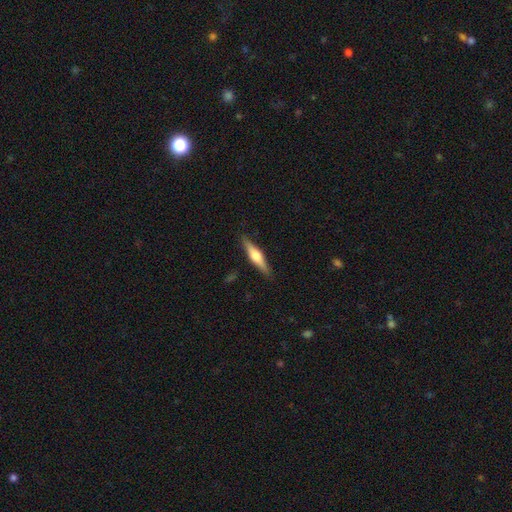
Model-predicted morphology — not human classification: Smooth or featured? featured or disk (56%)
Edge-on disk? yes (96%)
Edge-on bulge? rounded (87%)
Merging? none (88%)